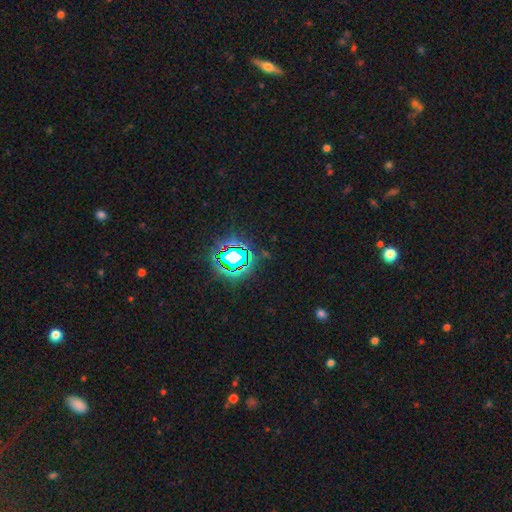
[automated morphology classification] star or artifact 79%, smooth 13%, featured or disk 8%.